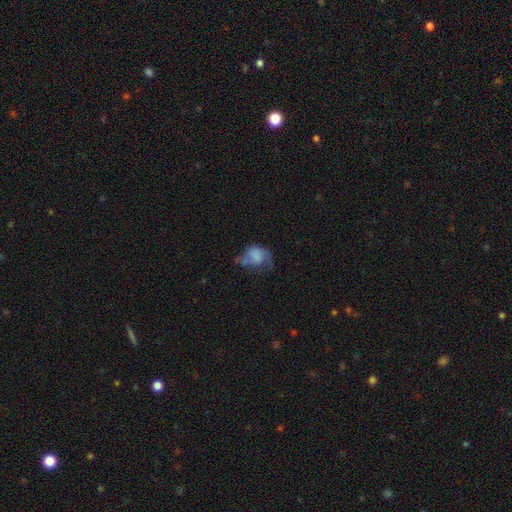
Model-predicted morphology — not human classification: This appears to be a smooth galaxy with no disk features (56%) that is in between round and cigar-shaped (61%). Merging: major disturbance (41%).